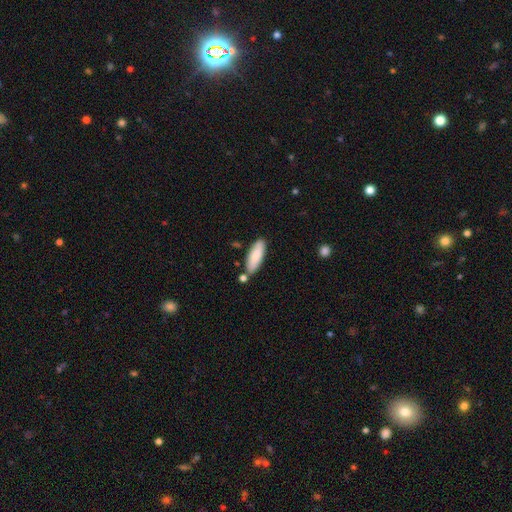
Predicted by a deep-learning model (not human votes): smooth-or-featured: smooth: 81% | featured or disk: 14% | star or artifact: 6%
  how-rounded: in between: 59% | cigar-shaped: 39% | round: 2%
  merging: none: 77% | minor disturbance: 13% | merger: 7% | major disturbance: 2%